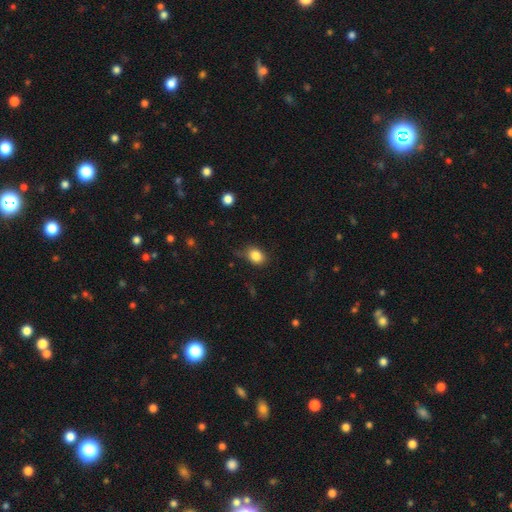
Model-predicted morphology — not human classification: Smooth or featured? Predicted: smooth (p=0.84). How rounded? Predicted: in between (p=0.61). Merging? Predicted: none (p=0.70).